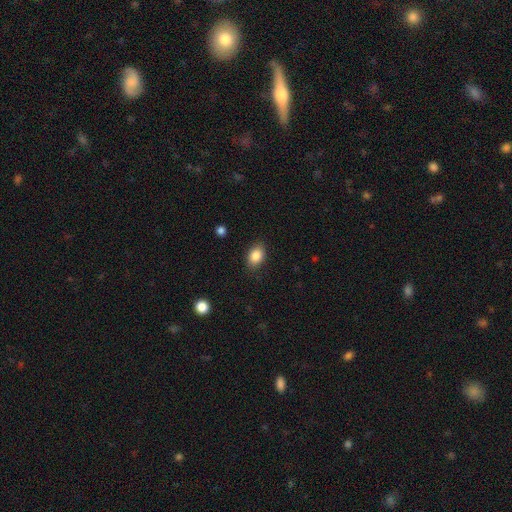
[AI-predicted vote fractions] Q: Smooth or featured?
A: smooth (86%); runner-up: star or artifact (8%)
Q: How rounded?
A: in between (78%); runner-up: round (20%)
Q: Merging?
A: none (84%); runner-up: minor disturbance (12%)